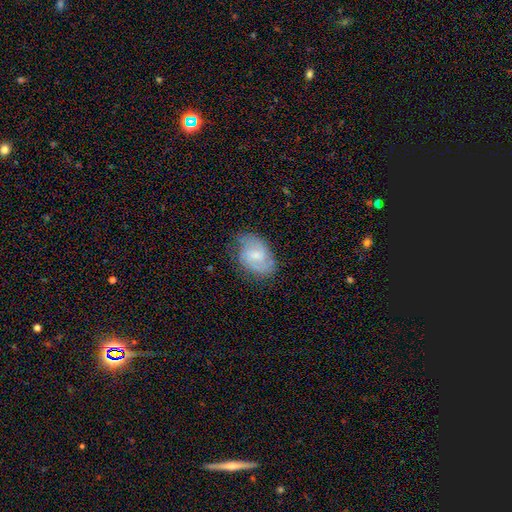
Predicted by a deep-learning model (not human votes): This appears to be a featured or disk galaxy (56%) with a weak bar (57%), spiral arms (81%) and a small central bulge (49%). Merging: none (64%).